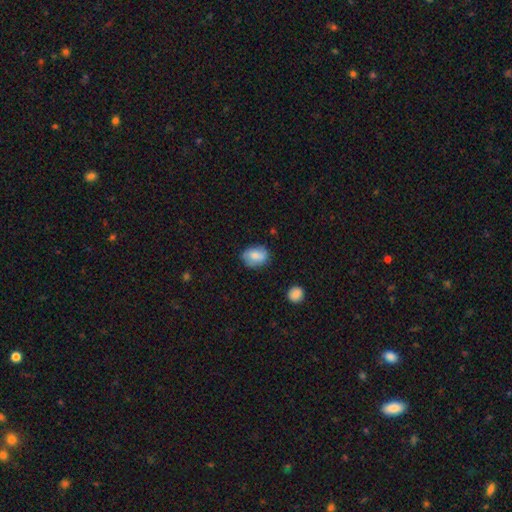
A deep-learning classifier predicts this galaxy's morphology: Smooth or featured: smooth — 72% (featured or disk — 20%)
How rounded: in between — 63% (round — 36%)
Merging: none — 75% (minor disturbance — 19%)